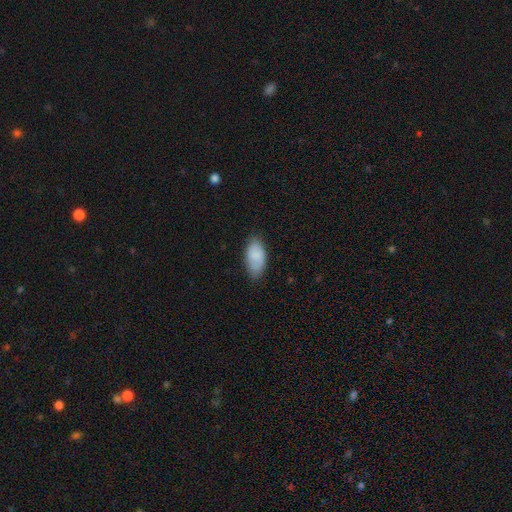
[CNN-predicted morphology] Smooth or featured: smooth — 86% (featured or disk — 8%)
How rounded: in between — 94% (cigar-shaped — 4%)
Merging: none — 76% (minor disturbance — 19%)